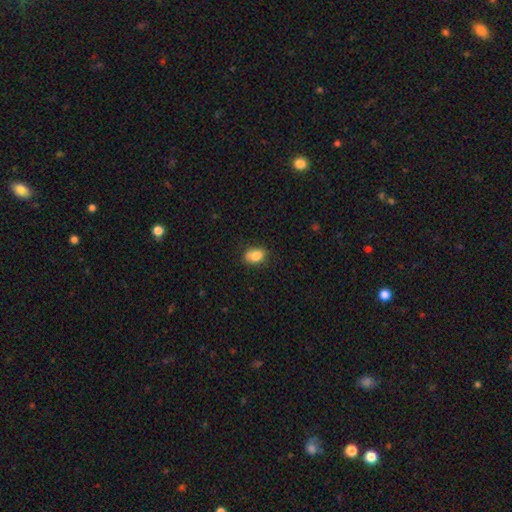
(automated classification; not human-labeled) A smooth galaxy with no disk features (84%) that is in between round and cigar-shaped (80%). Merging: none (76%).